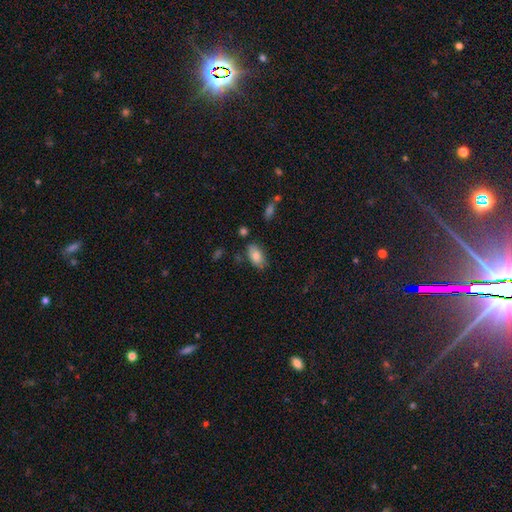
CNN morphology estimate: smooth-or-featured: smooth: 81% | featured or disk: 12% | star or artifact: 8%
  how-rounded: in between: 92% | round: 4% | cigar-shaped: 3%
  merging: none: 73% | minor disturbance: 18% | merger: 5% | major disturbance: 4%